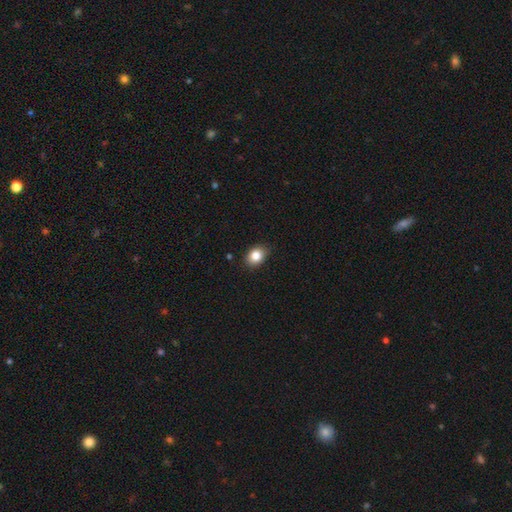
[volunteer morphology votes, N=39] Smooth or featured?
  - smooth: 82% *
  - star or artifact: 10%
  - featured or disk: 8%
How rounded?
  - in between: 53% *
  - round: 47%
  - cigar-shaped: 0%
Merging?
  - none: 80% *
  - minor disturbance: 9%
  - major disturbance: 6%
  - merger: 6%